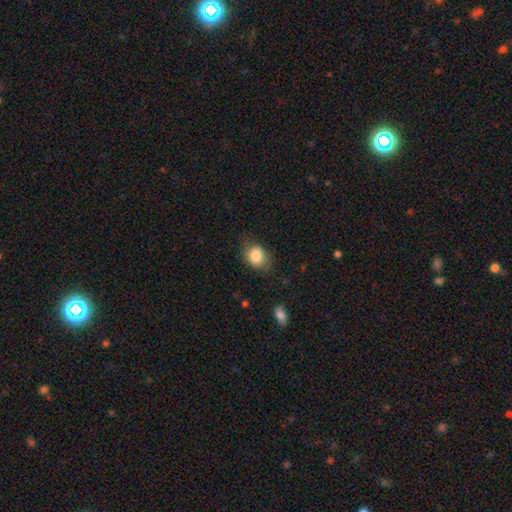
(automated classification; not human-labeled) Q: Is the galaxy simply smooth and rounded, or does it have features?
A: smooth — 83%.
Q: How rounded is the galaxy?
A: in between — 56%.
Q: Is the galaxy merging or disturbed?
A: none — 71%.